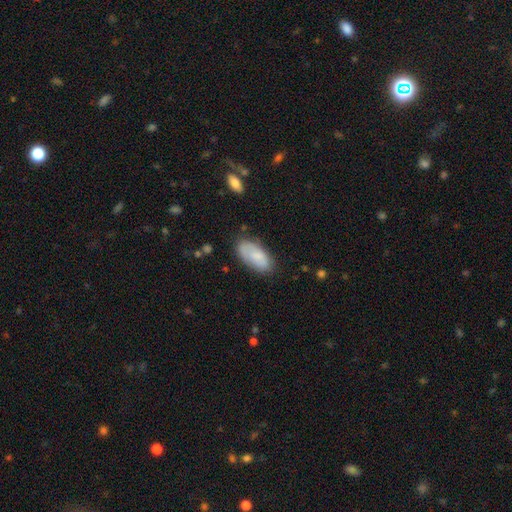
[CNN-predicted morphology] This is likely a smooth galaxy (75%). How rounded: clearly in between (92%). Merging: likely none (71%).